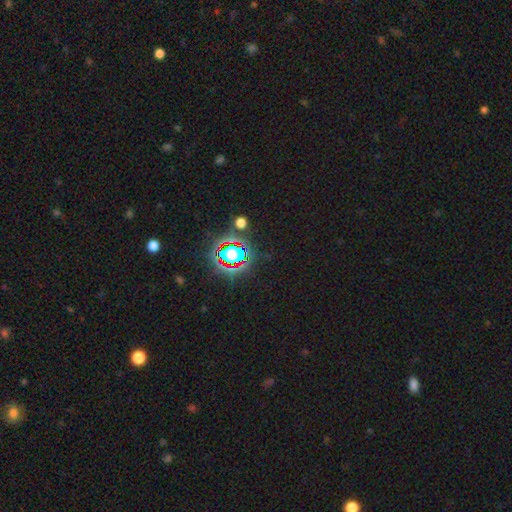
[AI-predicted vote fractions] Smooth or featured: star or artifact — 79% (smooth — 13%)